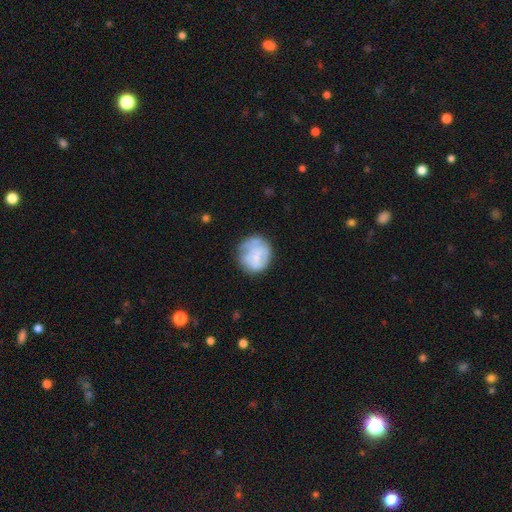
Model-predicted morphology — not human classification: This appears to be a smooth galaxy with no disk features (55%) that is round (80%). Merging: none (58%).